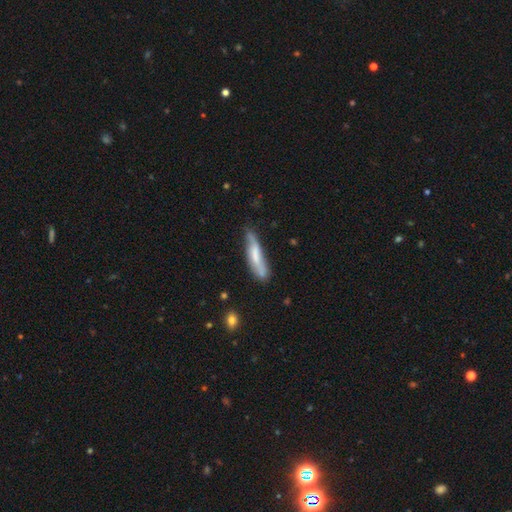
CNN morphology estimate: A smooth galaxy with no disk features (54%) that is cigar-shaped (79%). Merging: none (54%).